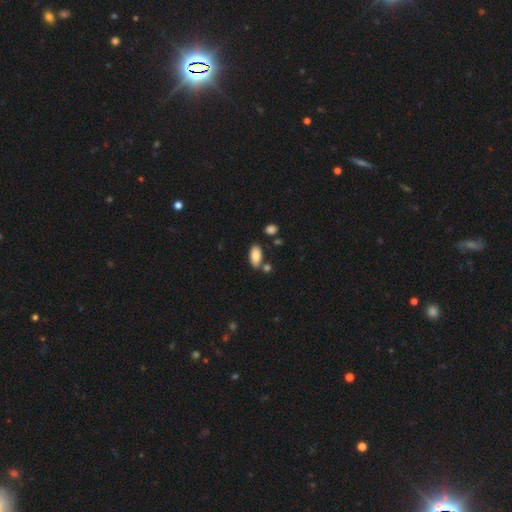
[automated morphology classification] smooth_or_featured: smooth (p=0.84) [alt: featured or disk p=0.09]
how_rounded: in between (p=0.93) [alt: cigar-shaped p=0.05]
merging: none (p=0.75) [alt: minor disturbance p=0.13]